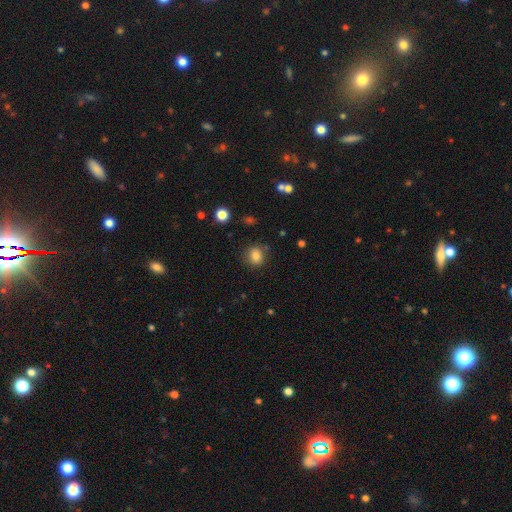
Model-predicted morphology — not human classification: The model was most divided on "how rounded": round: 77%, in between: 22%, cigar-shaped: 1%. More confident: merging — none (83%); smooth or featured — smooth (81%).